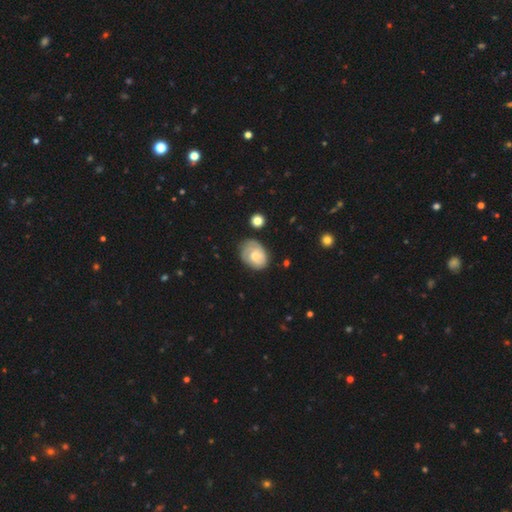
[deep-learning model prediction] A smooth galaxy with no disk features (47%). Merging: none (63%).